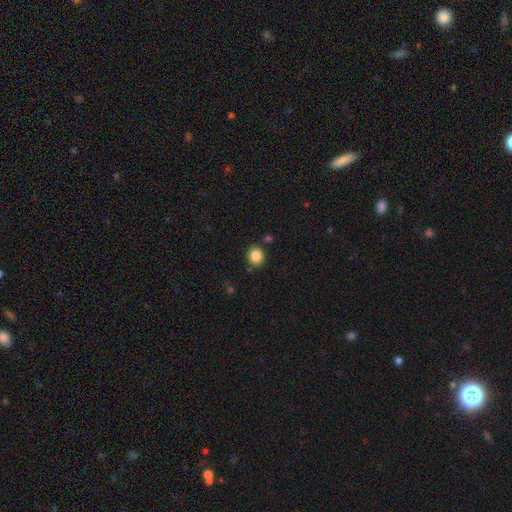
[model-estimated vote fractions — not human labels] Morphology: type=smooth (86%); roundness=round (83%); merging=none (84%).